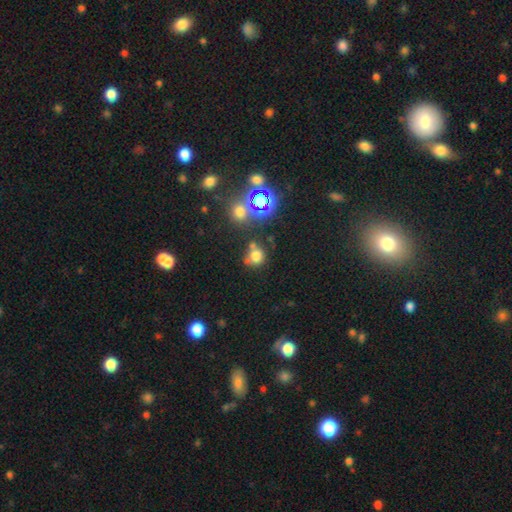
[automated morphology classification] Smooth or featured? Predicted: smooth (p=0.67). How rounded? Predicted: round (p=0.78). Merging? Predicted: none (p=0.52).